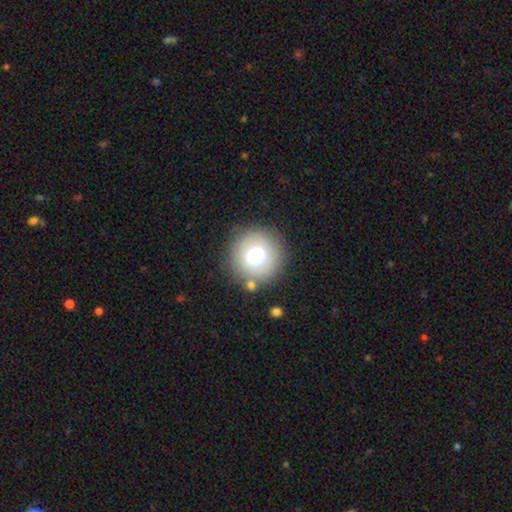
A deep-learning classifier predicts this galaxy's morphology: Q: Smooth or featured?
A: smooth (72%); runner-up: featured or disk (16%)
Q: How rounded?
A: round (95%); runner-up: in between (4%)
Q: Merging?
A: none (82%); runner-up: minor disturbance (9%)